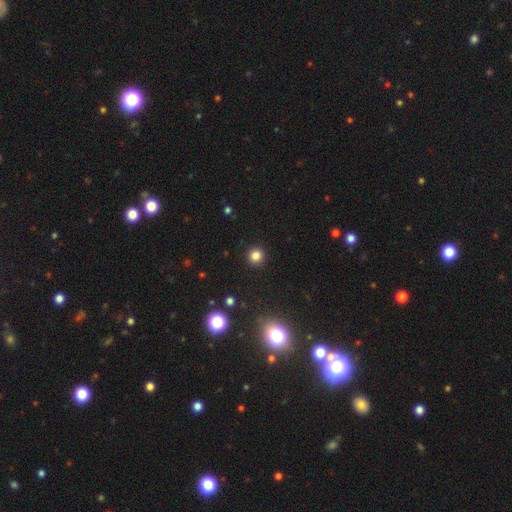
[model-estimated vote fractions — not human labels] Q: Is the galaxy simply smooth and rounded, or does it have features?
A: smooth — 82%.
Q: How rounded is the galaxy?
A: round — 94%.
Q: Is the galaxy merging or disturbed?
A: none — 93%.